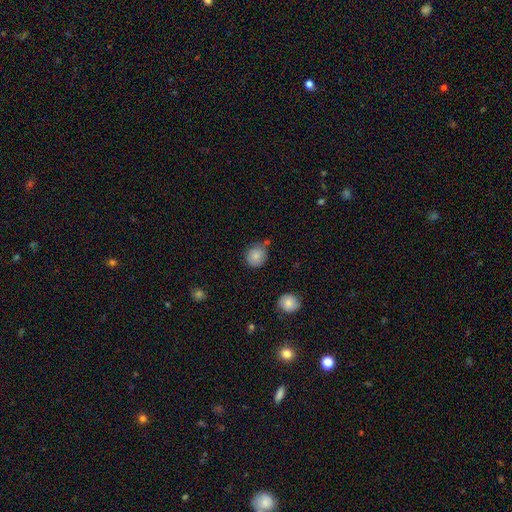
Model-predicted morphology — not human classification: This is clearly a smooth galaxy (85%). How rounded: clearly round (82%). Merging: likely none (68%).